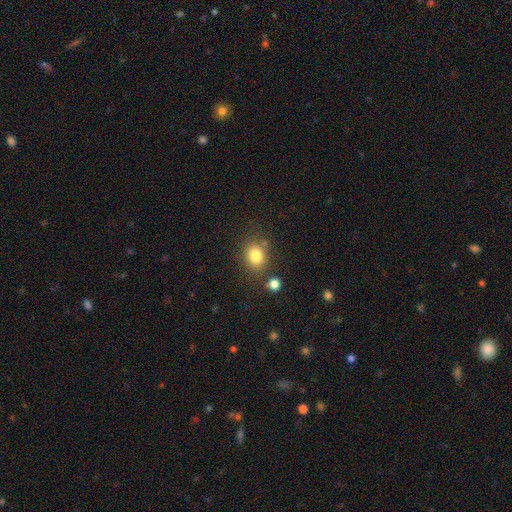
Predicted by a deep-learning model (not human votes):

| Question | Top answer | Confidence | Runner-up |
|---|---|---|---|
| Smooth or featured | smooth | 81% | star or artifact (11%) |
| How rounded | round | 57% | in between (43%) |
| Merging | none | 74% | minor disturbance (13%) |